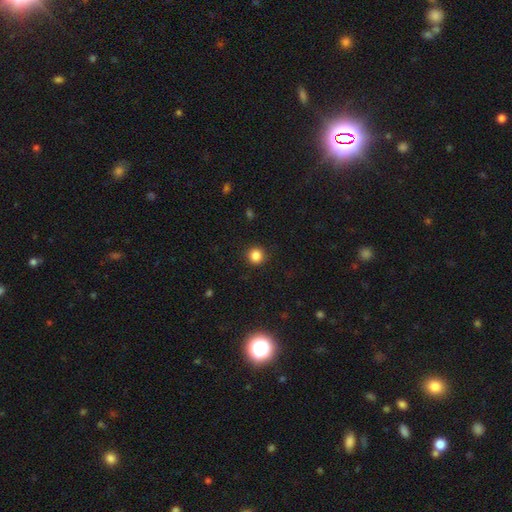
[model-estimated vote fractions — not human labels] Smooth or featured? smooth (84%)
How rounded? round (92%)
Merging? none (91%)